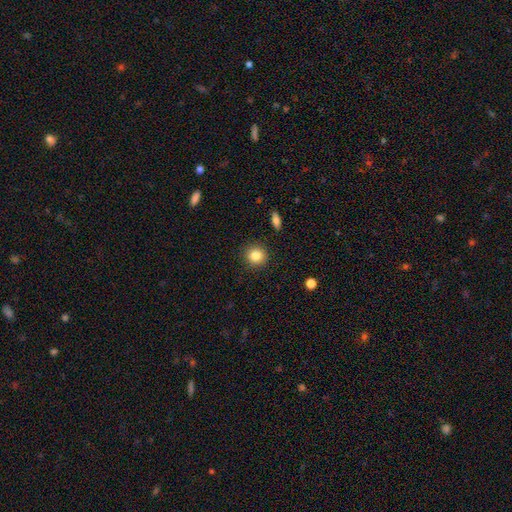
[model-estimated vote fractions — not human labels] Smooth or featured? Predicted: smooth (p=0.84). How rounded? Predicted: round (p=0.90). Merging? Predicted: none (p=0.90).